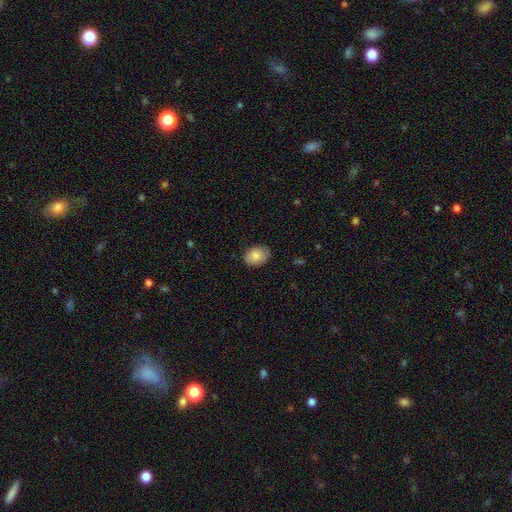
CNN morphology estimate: type=smooth (83%); roundness=in between (73%); merging=none (82%).